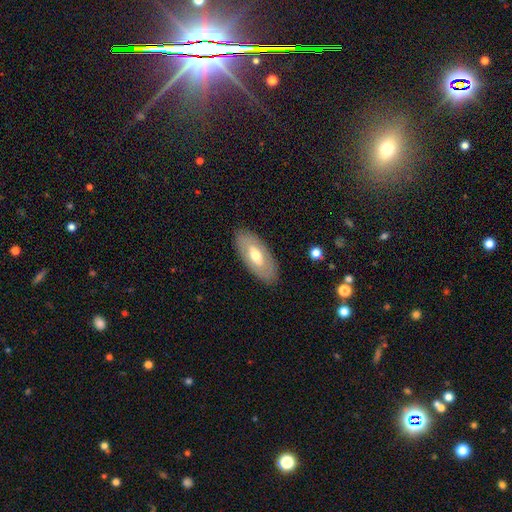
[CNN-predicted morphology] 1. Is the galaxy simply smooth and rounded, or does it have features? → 47% smooth (tied), 47% featured or disk (tied), 5% star or artifact.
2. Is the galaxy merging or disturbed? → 86% none, 10% minor disturbance, 3% major disturbance, 1% merger.